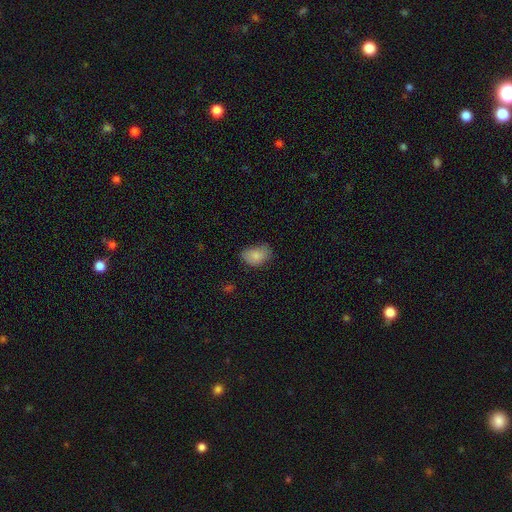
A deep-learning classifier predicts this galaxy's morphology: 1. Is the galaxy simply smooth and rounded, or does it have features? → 83% smooth, 8% star or artifact, 8% featured or disk.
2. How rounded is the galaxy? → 83% in between, 15% round, 1% cigar-shaped.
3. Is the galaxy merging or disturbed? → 59% none, 32% minor disturbance, 8% major disturbance, 2% merger.